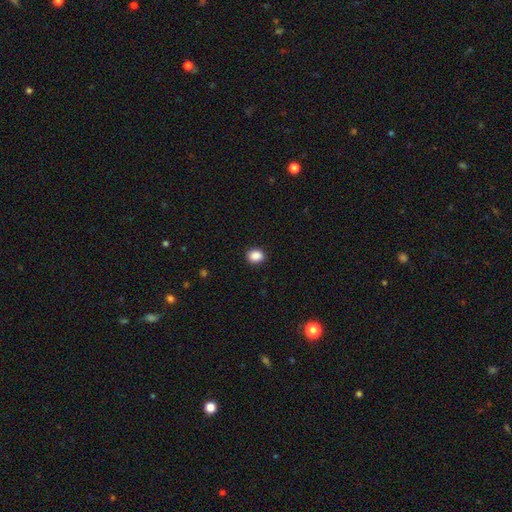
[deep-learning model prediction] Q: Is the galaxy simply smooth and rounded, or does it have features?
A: smooth — 89%.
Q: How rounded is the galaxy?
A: round — 56%.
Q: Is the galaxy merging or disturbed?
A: none — 91%.